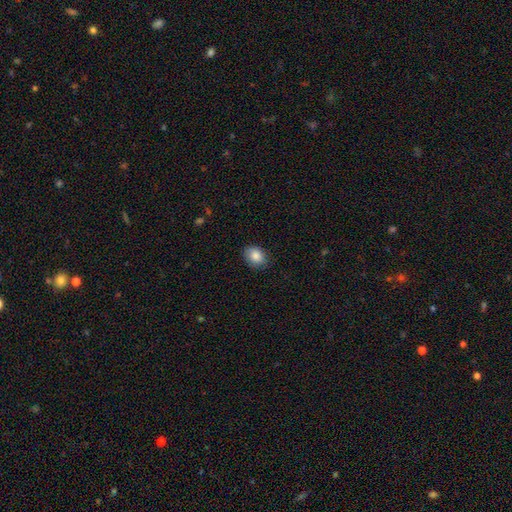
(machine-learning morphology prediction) Smooth or featured? smooth (86%)
How rounded? in between (66%)
Merging? none (82%)